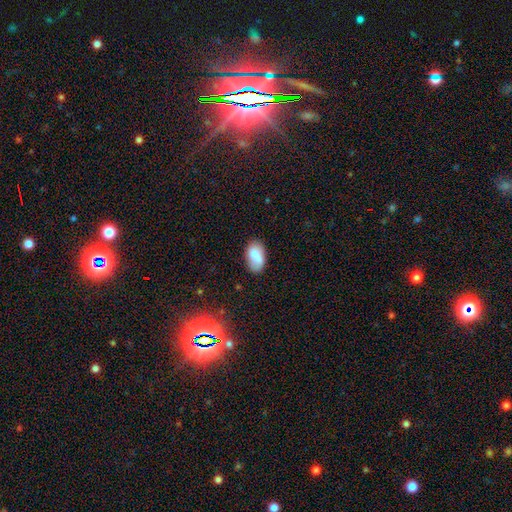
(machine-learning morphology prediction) Smooth or featured: smooth — 76% (featured or disk — 16%)
How rounded: in between — 93% (round — 5%)
Merging: none — 65% (minor disturbance — 22%)